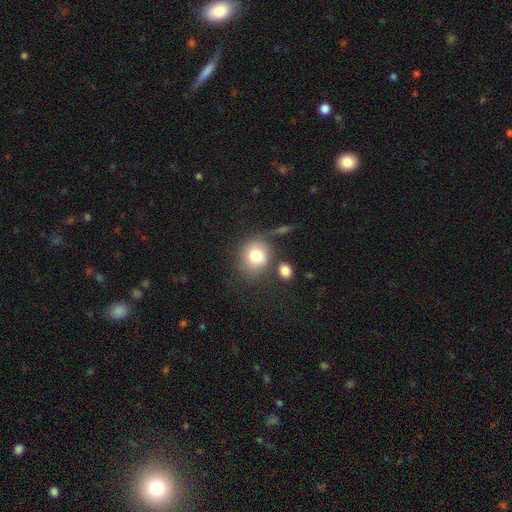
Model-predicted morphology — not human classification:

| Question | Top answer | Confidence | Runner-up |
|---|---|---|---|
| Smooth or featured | smooth | 78% | featured or disk (12%) |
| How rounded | round | 76% | in between (23%) |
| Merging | none | 63% | minor disturbance (16%) |